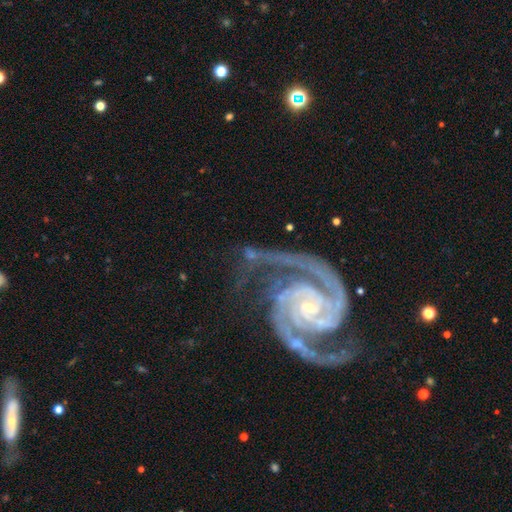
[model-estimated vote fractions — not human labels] Smooth or featured?
  - featured or disk: 93% *
  - star or artifact: 5%
  - smooth: 2%
Edge-on disk?
  - no: 98% *
  - yes: 2%
Bar?
  - no: 58% *
  - weak: 26%
  - strong: 16%
Spiral arms?
  - yes: 99% *
  - no: 1%
Spiral winding?
  - tight: 55% *
  - medium: 38%
  - loose: 7%
Spiral arm count?
  - 2: 82% *
  - 3: 7%
  - can't tell: 3%
  - 4: 3%
  - 1: 3%
  - more than 4: 3%
Bulge size?
  - small: 79% *
  - moderate: 17%
  - none: 2%
  - large: 1%
  - dominant: 1%
Merging?
  - none: 60% *
  - minor disturbance: 19%
  - major disturbance: 15%
  - merger: 6%